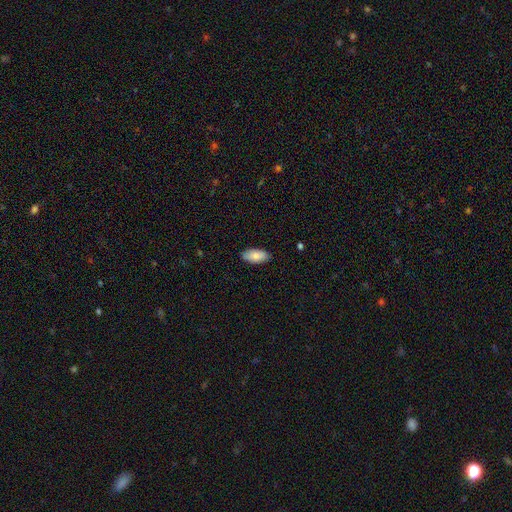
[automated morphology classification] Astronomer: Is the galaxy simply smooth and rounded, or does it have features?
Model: smooth — 83%.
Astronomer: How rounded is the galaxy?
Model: in between — 91%.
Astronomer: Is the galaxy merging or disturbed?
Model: none — 87%.